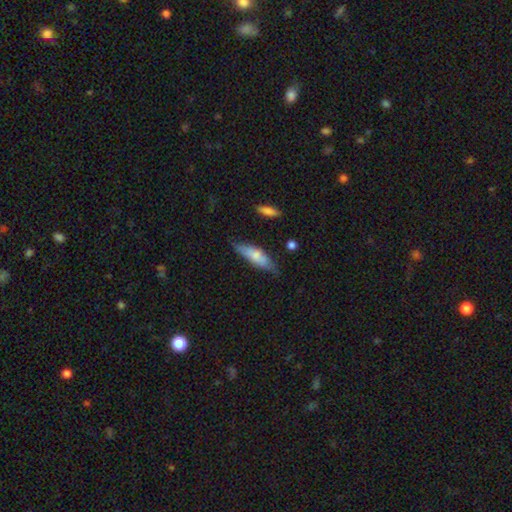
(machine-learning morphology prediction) Smooth or featured?
  - smooth: 68% *
  - featured or disk: 26%
  - star or artifact: 6%
How rounded?
  - cigar-shaped: 53% *
  - in between: 45%
  - round: 2%
Merging?
  - none: 66% *
  - minor disturbance: 26%
  - major disturbance: 5%
  - merger: 3%